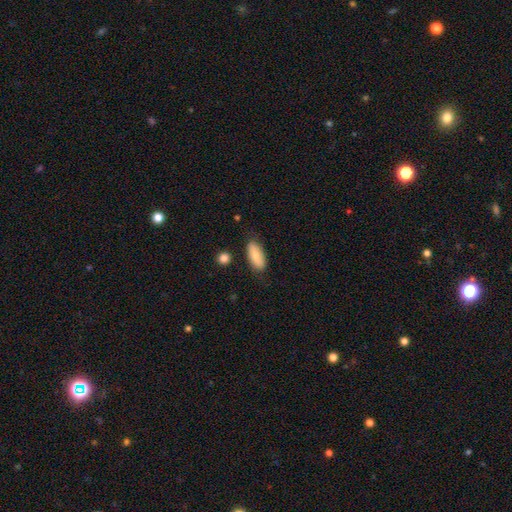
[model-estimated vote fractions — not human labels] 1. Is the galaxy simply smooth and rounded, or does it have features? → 81% smooth, 12% featured or disk, 6% star or artifact.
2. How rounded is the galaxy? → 84% in between, 14% cigar-shaped, 2% round.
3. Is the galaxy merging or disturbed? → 79% none, 15% minor disturbance, 3% major disturbance, 2% merger.